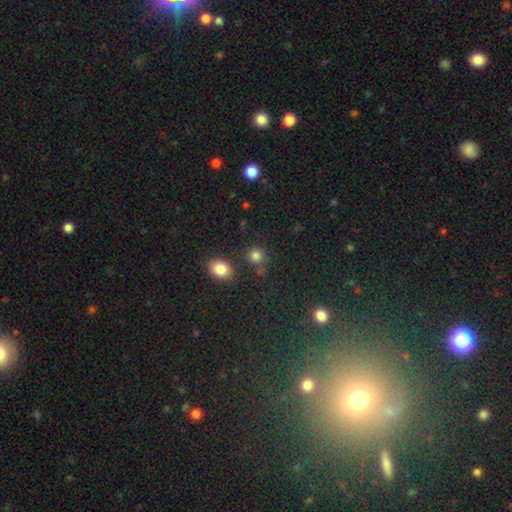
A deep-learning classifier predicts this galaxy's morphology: Smooth or featured? smooth (81%)
How rounded? round (82%)
Merging? none (75%)